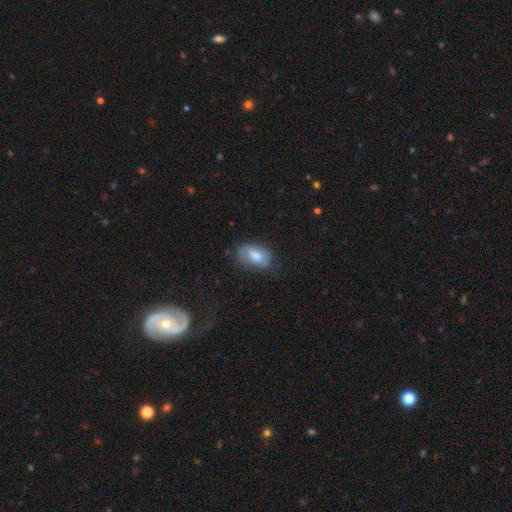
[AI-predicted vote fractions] A smooth galaxy with no disk features (71%) that is in between round and cigar-shaped (89%).

Vote fractions:
- Smooth or featured? smooth: 71% / featured or disk: 21% / star or artifact: 8%
- How rounded? in between: 89% / round: 8% / cigar-shaped: 3%
- Merging? none: 61% / minor disturbance: 28% / major disturbance: 10% / merger: 2%